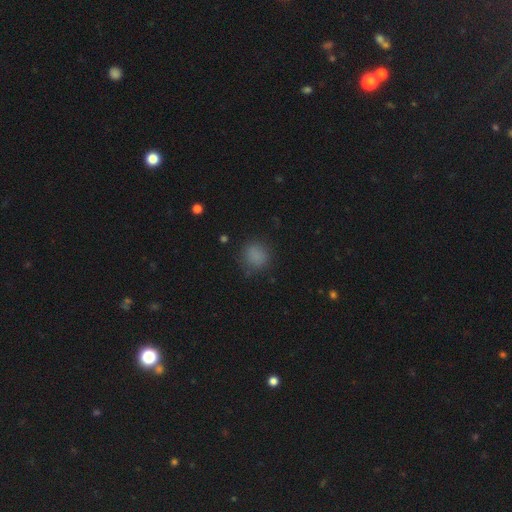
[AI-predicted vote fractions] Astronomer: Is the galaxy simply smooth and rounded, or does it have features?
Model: smooth — 83%.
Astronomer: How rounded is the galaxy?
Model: round — 83%.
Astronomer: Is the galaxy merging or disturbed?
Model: none — 80%.